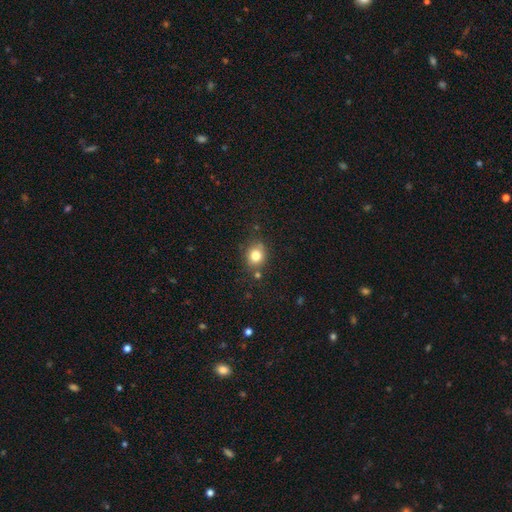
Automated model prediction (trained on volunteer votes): smooth-or-featured: smooth: 79% | star or artifact: 12% | featured or disk: 9%
  how-rounded: round: 72% | in between: 27% | cigar-shaped: 1%
  merging: none: 74% | minor disturbance: 15% | merger: 7% | major disturbance: 4%